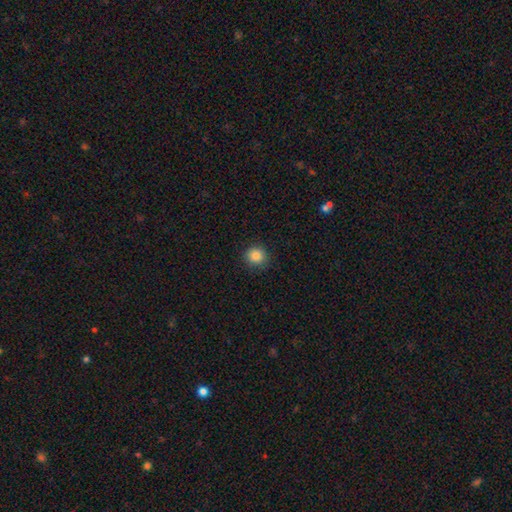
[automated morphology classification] Overall: smooth (86%). How rounded: round (91%). Merging: none (89%).